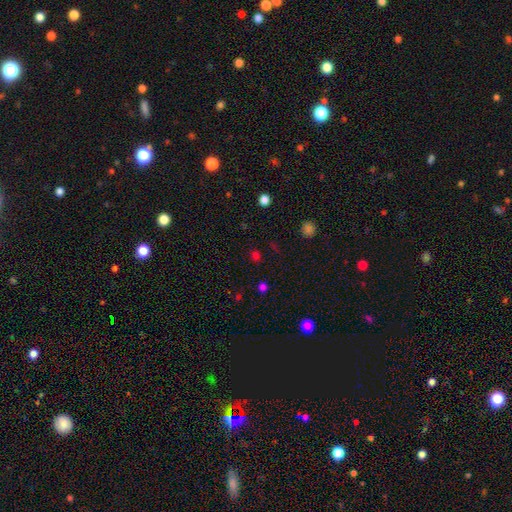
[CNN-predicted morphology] Smooth or featured: smooth — 56% (star or artifact — 39%)
How rounded: round — 75% (in between — 23%)
Merging: none — 82% (minor disturbance — 10%)